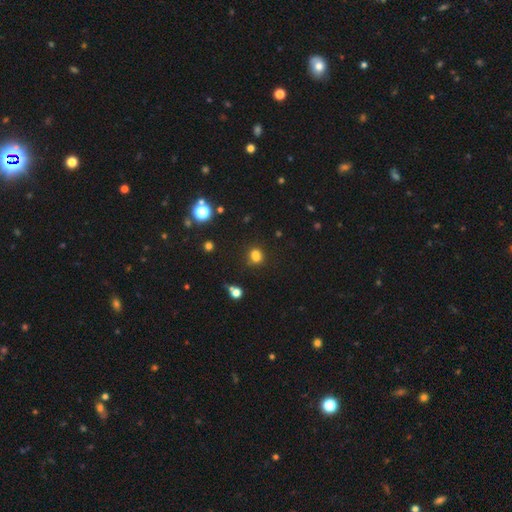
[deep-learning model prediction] Smooth or featured: smooth — 70% (star or artifact — 21%)
How rounded: round — 66% (in between — 33%)
Merging: none — 53% (merger — 31%)